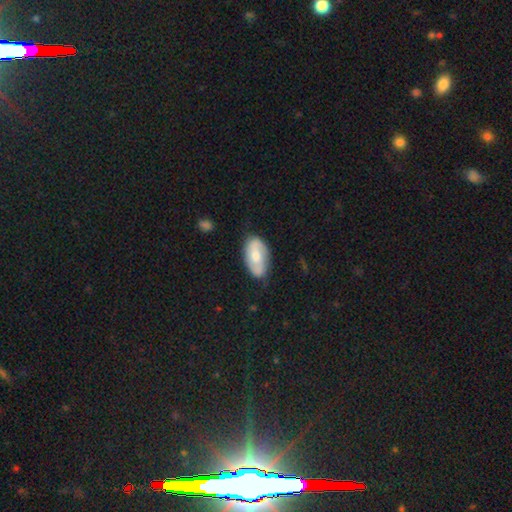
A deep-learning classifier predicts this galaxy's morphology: Smooth or featured: smooth — 48% (featured or disk — 46%)
Merging: none — 75% (minor disturbance — 19%)